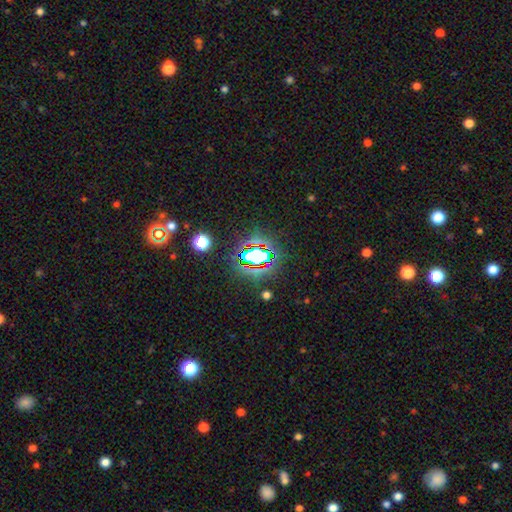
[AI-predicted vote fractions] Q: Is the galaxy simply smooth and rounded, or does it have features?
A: star or artifact — 63%.